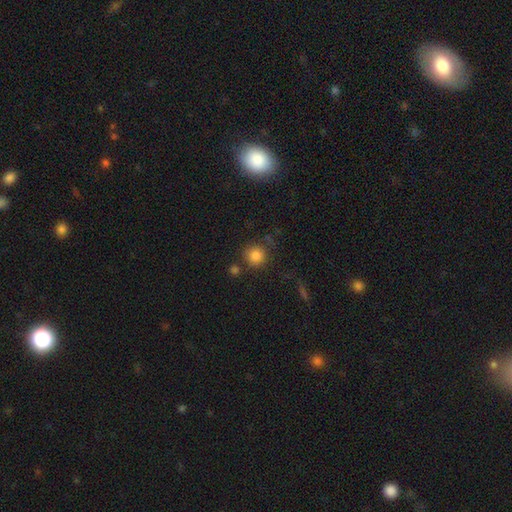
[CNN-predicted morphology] Q: Smooth or featured?
A: smooth (82%); runner-up: star or artifact (12%)
Q: How rounded?
A: round (92%); runner-up: in between (7%)
Q: Merging?
A: none (76%); runner-up: minor disturbance (11%)